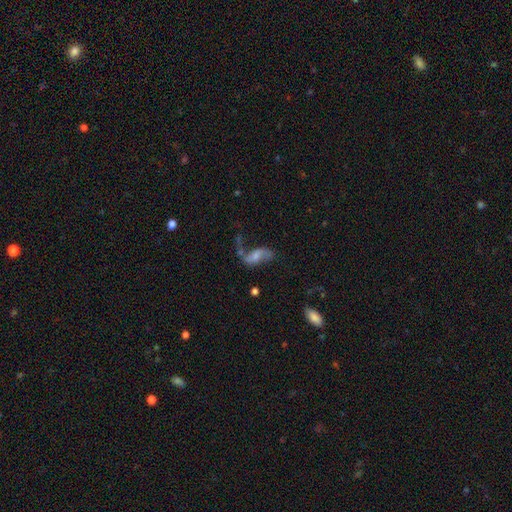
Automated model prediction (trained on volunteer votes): Overall: featured or disk (67%). Edge-on disk: no (94%). Bar: no (42%, tied with weak). Spiral arms: yes (84%). Spiral arm count: 2 (80%). Spiral winding: loose (81%). Bulge size: small (39%; moderate 35%). Merging: none (38%; major disturbance 29%).